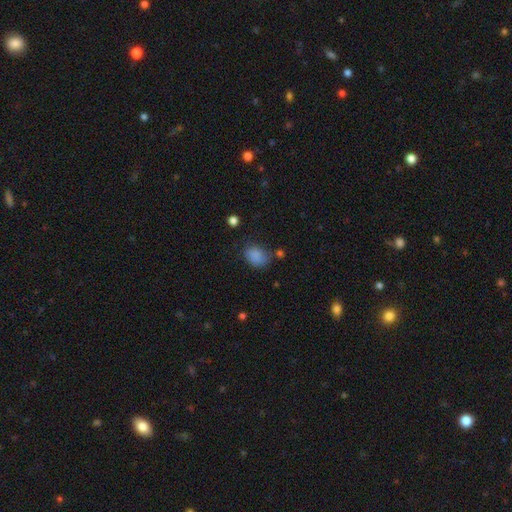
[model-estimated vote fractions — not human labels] Morphology: type=smooth (83%); roundness=in between (68%); merging=none (63%).